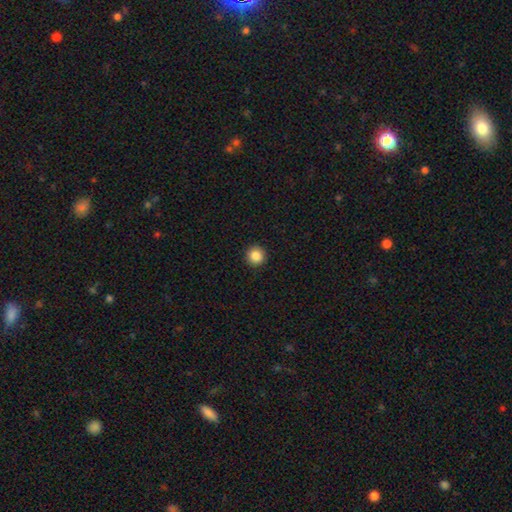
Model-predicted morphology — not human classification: A smooth galaxy with no disk features (86%) that is round (96%).

Vote fractions:
- Smooth or featured? smooth: 86% / star or artifact: 10% / featured or disk: 4%
- How rounded? round: 96% / in between: 3% / cigar-shaped: 1%
- Merging? none: 93% / minor disturbance: 4% / major disturbance: 1% / merger: 1%